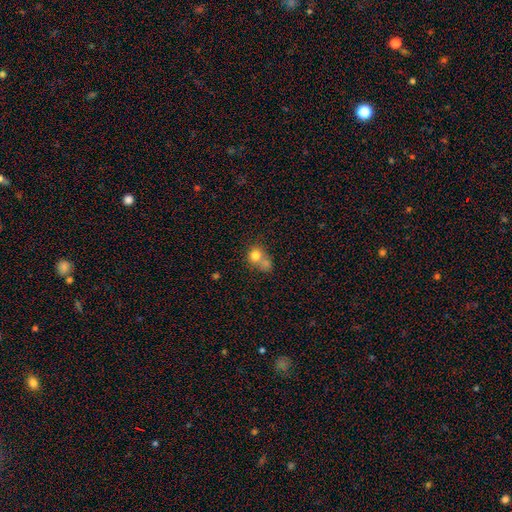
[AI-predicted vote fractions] A smooth galaxy with no disk features (76%) that is round (76%). Merging: merger (55%).